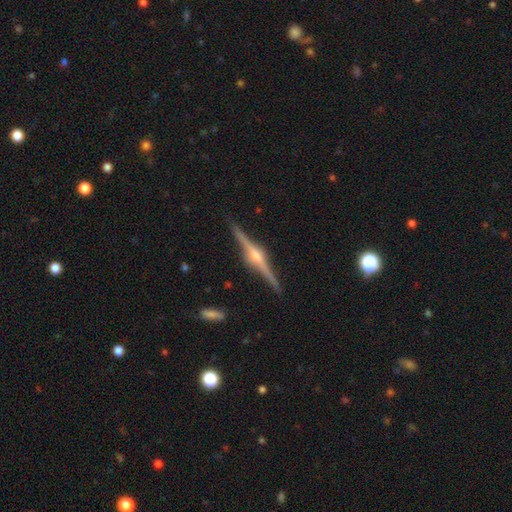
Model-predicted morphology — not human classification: Smooth or featured?
  - featured or disk: 87% *
  - smooth: 8%
  - star or artifact: 5%
Edge-on disk?
  - yes: 98% *
  - no: 2%
Edge-on bulge?
  - rounded: 89% *
  - boxy: 8%
  - none: 3%
Merging?
  - none: 89% *
  - minor disturbance: 8%
  - major disturbance: 2%
  - merger: 1%